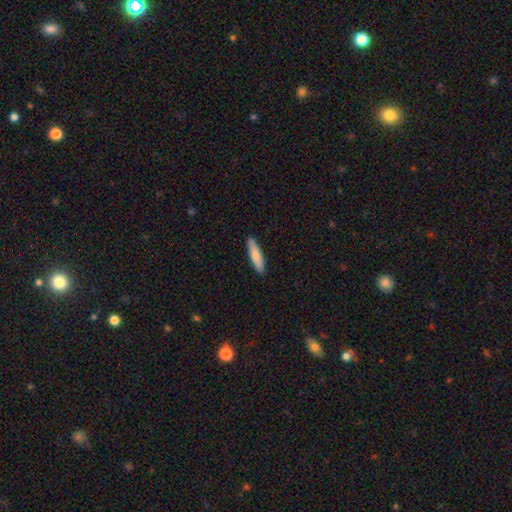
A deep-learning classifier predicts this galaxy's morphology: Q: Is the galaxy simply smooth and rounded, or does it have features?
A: smooth — 78%.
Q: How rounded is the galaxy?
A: cigar-shaped — 79%.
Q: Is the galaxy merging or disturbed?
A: none — 90%.